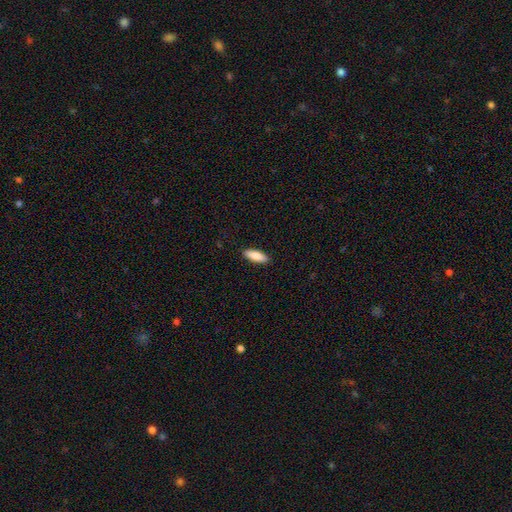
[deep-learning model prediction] Smooth or featured? smooth (86%)
How rounded? in between (57%)
Merging? none (90%)